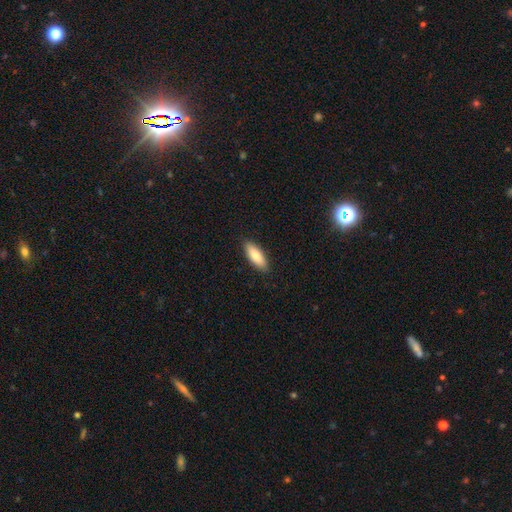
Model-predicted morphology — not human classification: A smooth galaxy with no disk features (82%) that is in between round and cigar-shaped (68%). Merging: none (89%).